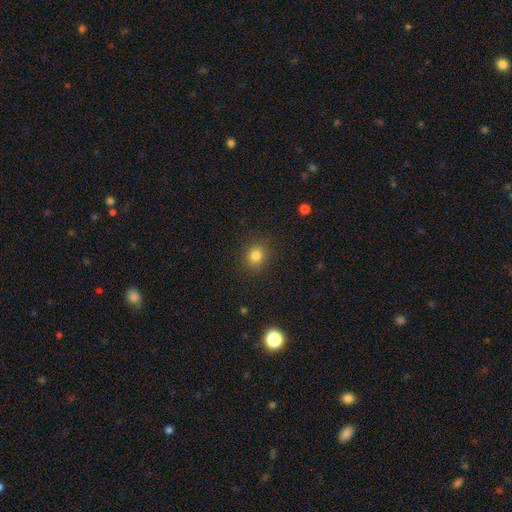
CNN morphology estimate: Smooth or featured: smooth — 81% (star or artifact — 13%)
How rounded: round — 80% (in between — 19%)
Merging: none — 88% (minor disturbance — 8%)